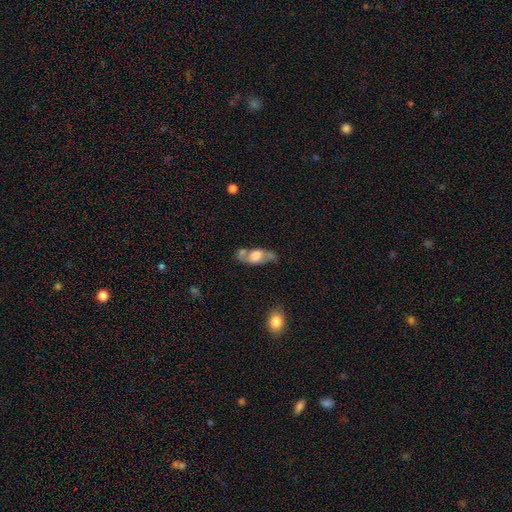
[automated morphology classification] Q: Smooth or featured?
A: featured or disk (46%); tied with: smooth (46%)
Q: Merging?
A: none (46%); runner-up: minor disturbance (23%)